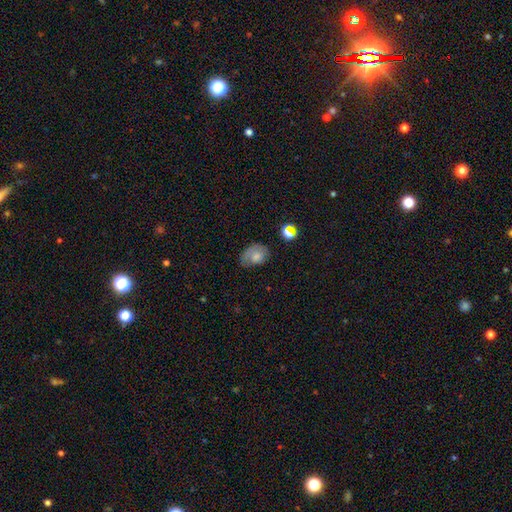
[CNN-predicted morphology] A smooth galaxy with no disk features (62%) that is in between round and cigar-shaped (70%). Merging: none (47%).